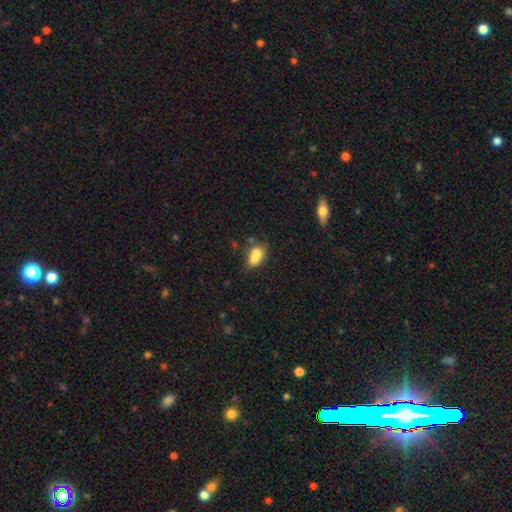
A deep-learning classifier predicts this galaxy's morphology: Smooth or featured: smooth — 71% (featured or disk — 19%)
How rounded: in between — 76% (round — 20%)
Merging: merger — 50% (none — 30%)